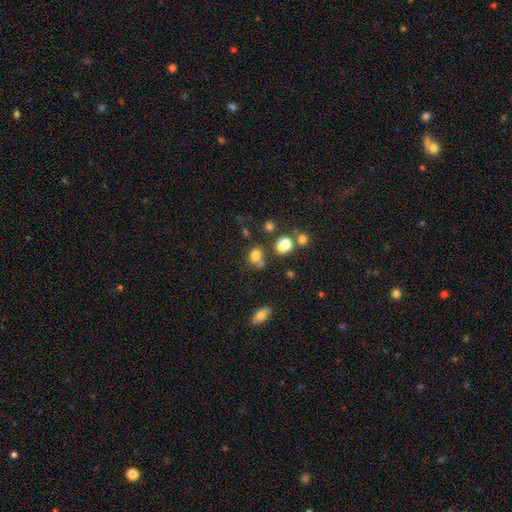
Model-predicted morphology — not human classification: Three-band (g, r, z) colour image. It shows a smooth galaxy with no disk features (76%) that is in between round and cigar-shaped (53%). Merging: none (52%).